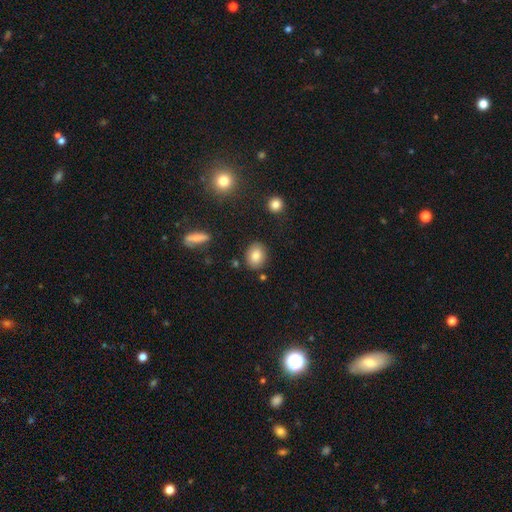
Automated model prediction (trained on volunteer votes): Overall: smooth (81%). How rounded: in between (51%; round 47%). Merging: none (84%).